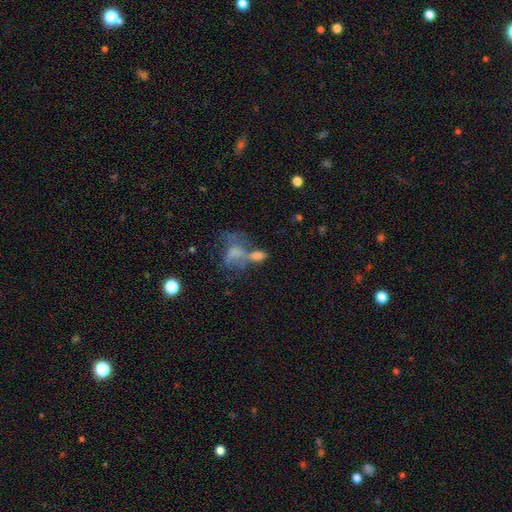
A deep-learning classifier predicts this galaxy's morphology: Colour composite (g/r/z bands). It shows a smooth galaxy with no disk features (46%). Merging: merger (44%).